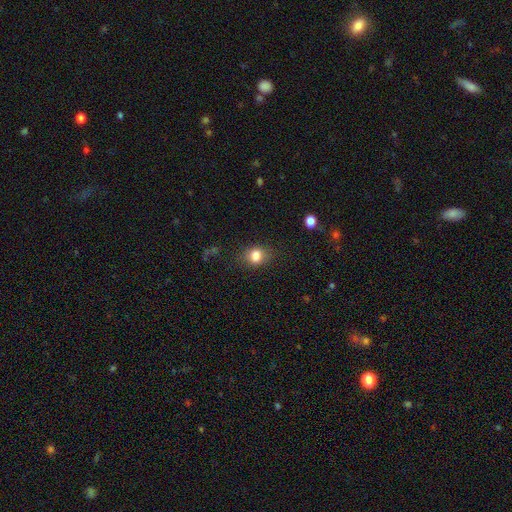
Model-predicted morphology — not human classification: Smooth or featured? Predicted: smooth (p=0.81). How rounded? Predicted: round (p=0.55). Merging? Predicted: none (p=0.80).